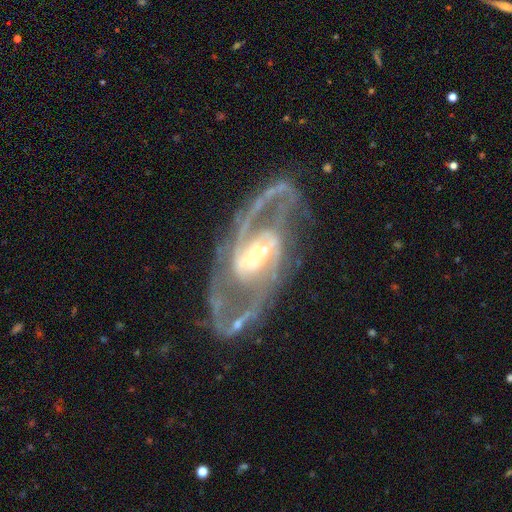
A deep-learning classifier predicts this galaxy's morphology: smooth-or-featured: featured or disk: 91% | star or artifact: 5% | smooth: 4%
  disk-edge-on: no: 96% | yes: 4%
    bar: weak: 41% | strong: 38% | no: 21%
    has-spiral-arms: yes: 96% | no: 4%
      spiral-winding: medium: 49% | loose: 31% | tight: 20%
      spiral-arm-count: 2: 75% | 3: 7% | can't tell: 7% | 1: 4% | 4: 3% | more than 4: 3%
    bulge-size: moderate: 52% | small: 38% | large: 7% | none: 2% | dominant: 1%
  merging: none: 51% | major disturbance: 24% | minor disturbance: 17% | merger: 8%